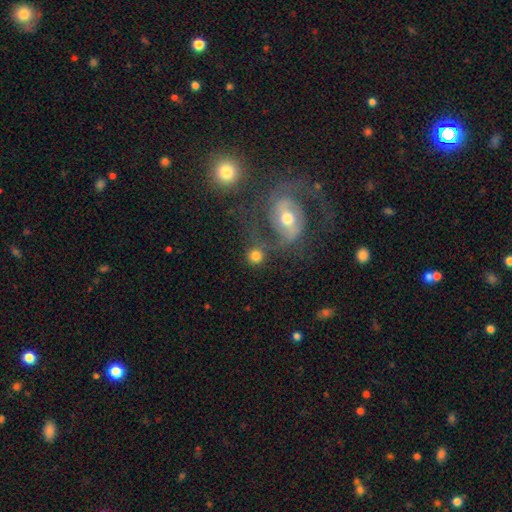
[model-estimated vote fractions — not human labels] Smooth or featured? Predicted: smooth (p=0.71). How rounded? Predicted: round (p=0.87). Merging? Predicted: none (p=0.62).